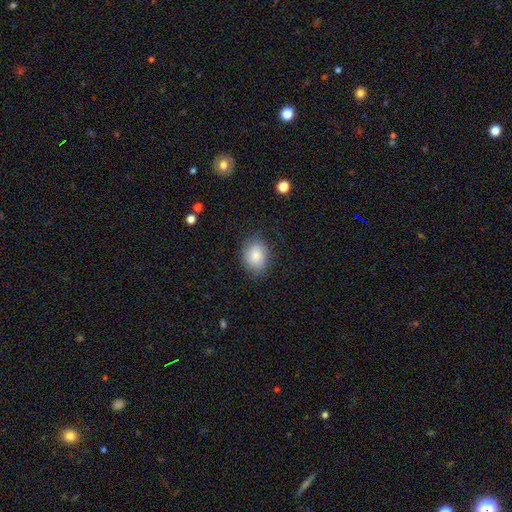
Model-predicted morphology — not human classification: The model was most divided on "how rounded": in between: 53%, round: 46%, cigar-shaped: 1%. More confident: smooth or featured — smooth (82%); merging — none (79%).